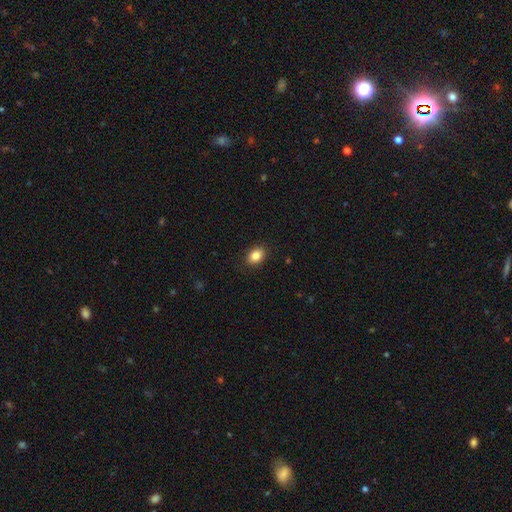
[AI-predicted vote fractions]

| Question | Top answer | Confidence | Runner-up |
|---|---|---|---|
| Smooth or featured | smooth | 85% | star or artifact (9%) |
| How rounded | in between | 71% | round (28%) |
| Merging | none | 89% | minor disturbance (8%) |